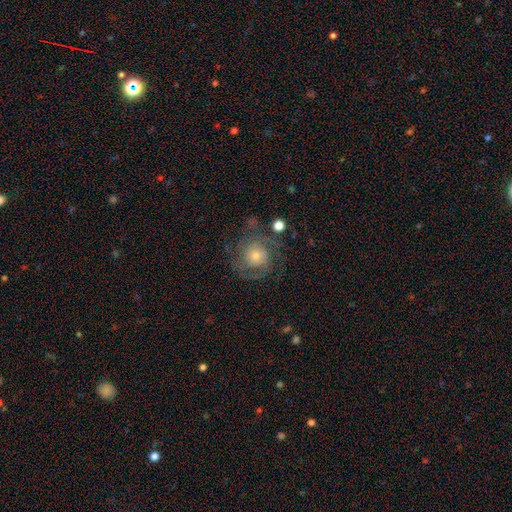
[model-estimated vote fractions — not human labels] Smooth or featured? Predicted: featured or disk (p=0.72). Edge-on disk? Predicted: no (p=0.98). Bar? Predicted: no (p=0.79). Spiral arms? Predicted: yes (p=0.89). Spiral winding? Predicted: tight (p=0.53). Spiral arm count? Predicted: 2 (p=0.33). Bulge size? Predicted: moderate (p=0.47). Merging? Predicted: none (p=0.70).